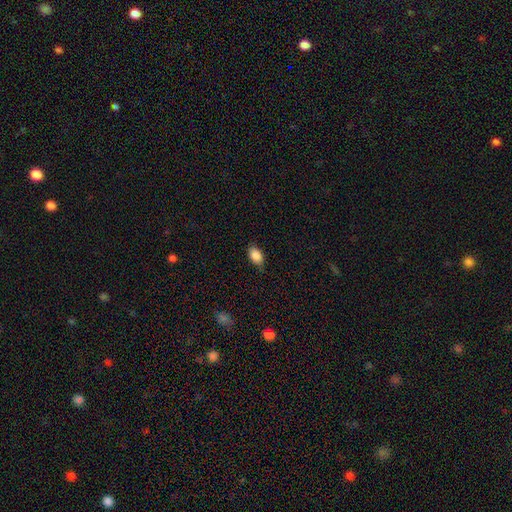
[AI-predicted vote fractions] This appears to be a smooth galaxy with no disk features (88%) that is in between round and cigar-shaped (89%). Merging: none (77%).